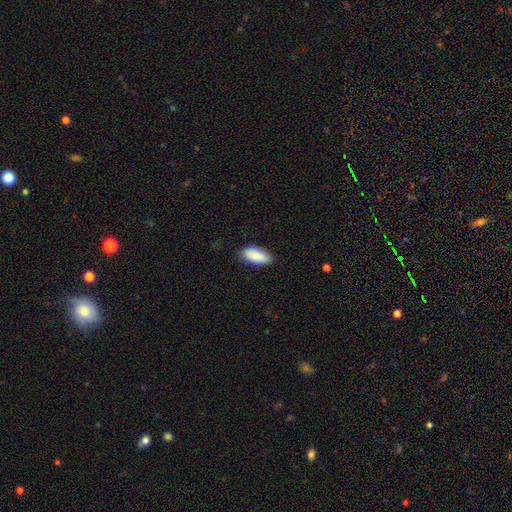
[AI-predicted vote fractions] Overall: smooth (88%). How rounded: in between (90%). Merging: none (84%).